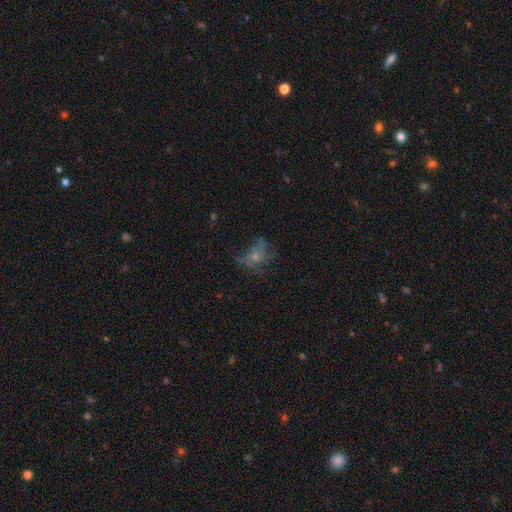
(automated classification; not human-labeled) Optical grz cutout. It shows a featured or disk galaxy (45%). Merging: none (45%).